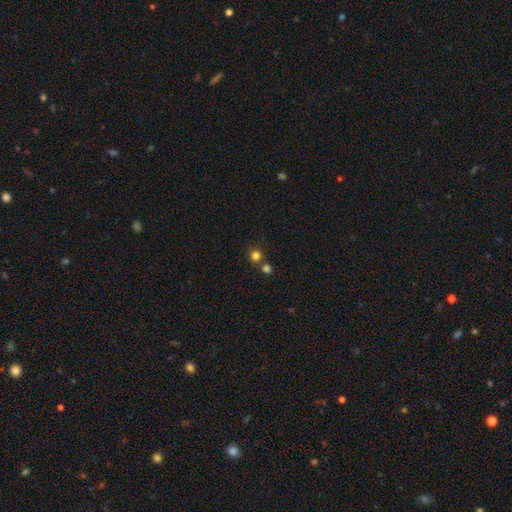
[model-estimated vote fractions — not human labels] Smooth or featured: smooth — 79% (star or artifact — 16%)
How rounded: round — 92% (in between — 7%)
Merging: none — 70% (merger — 21%)